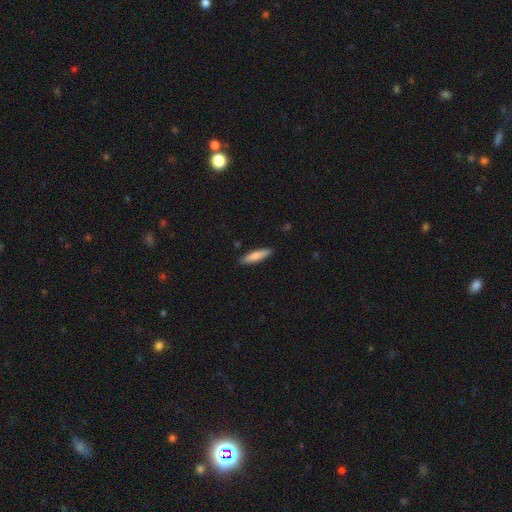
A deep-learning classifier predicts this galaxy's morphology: A smooth galaxy with no disk features (78%) that is cigar-shaped (77%).

Vote fractions:
- Smooth or featured? smooth: 78% / featured or disk: 16% / star or artifact: 5%
- How rounded? cigar-shaped: 77% / in between: 21% / round: 1%
- Merging? none: 88% / minor disturbance: 9% / major disturbance: 2% / merger: 1%